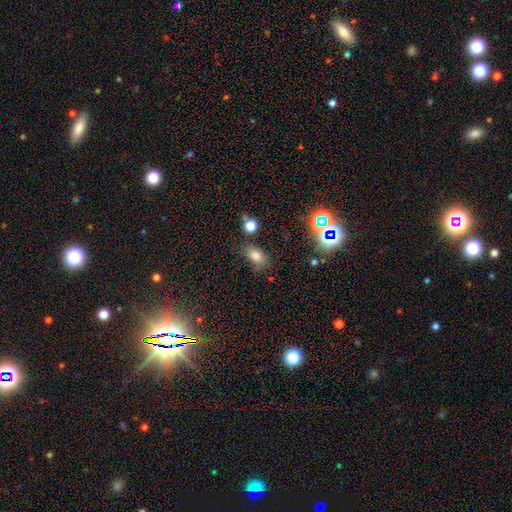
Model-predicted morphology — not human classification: Smooth or featured?
  - smooth: 75% *
  - star or artifact: 16%
  - featured or disk: 9%
How rounded?
  - in between: 83% *
  - round: 15%
  - cigar-shaped: 2%
Merging?
  - none: 65% *
  - minor disturbance: 22%
  - major disturbance: 7%
  - merger: 6%